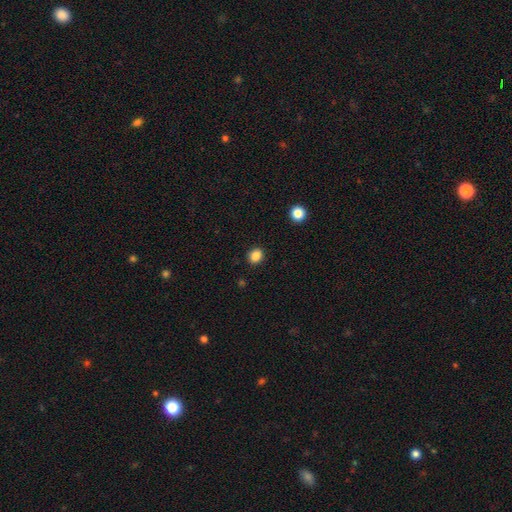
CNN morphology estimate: This appears to be a smooth galaxy with no disk features (85%) that is round (73%). Merging: none (91%).